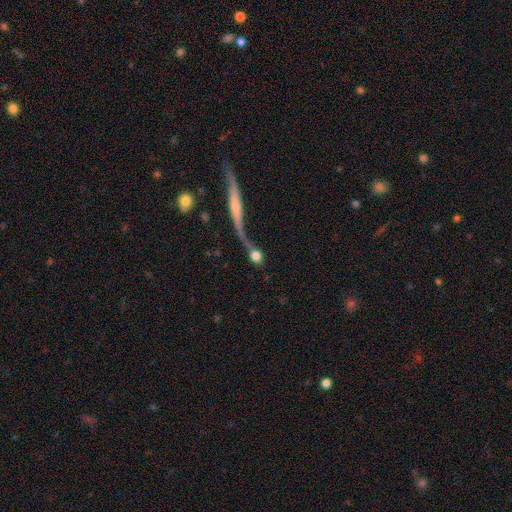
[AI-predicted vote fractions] Overall: smooth (71%). How rounded: round (61%; in between 28%). Merging: none (40%; merger 35%).